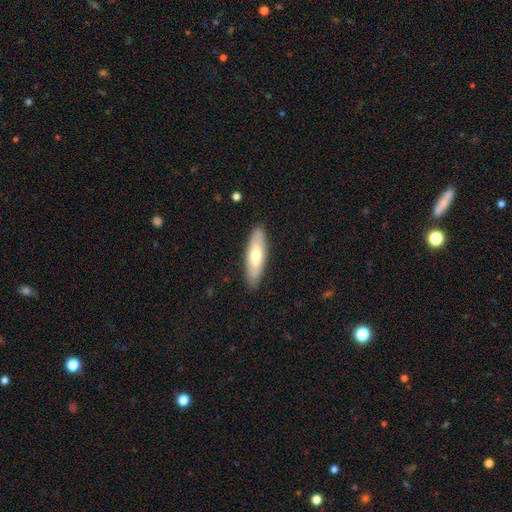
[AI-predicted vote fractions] smooth-or-featured: smooth: 60% | featured or disk: 35% | star or artifact: 5%
  how-rounded: cigar-shaped: 51% | in between: 47% | round: 2%
  merging: none: 87% | minor disturbance: 10% | major disturbance: 2% | merger: 1%